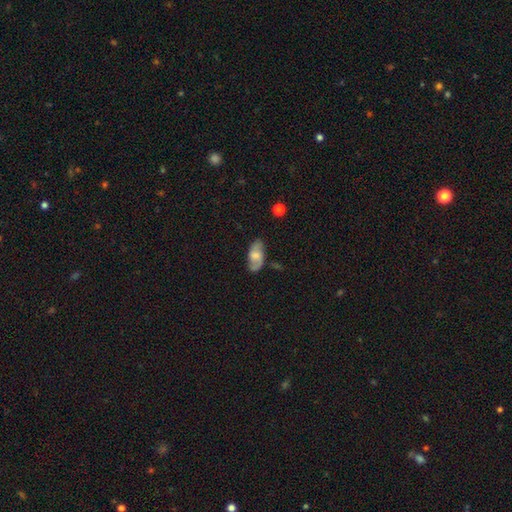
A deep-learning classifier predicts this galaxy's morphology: A featured or disk galaxy (55%) with no bar (48%), spiral arms (87%) and a moderate central bulge (43%). Merging: none (72%).